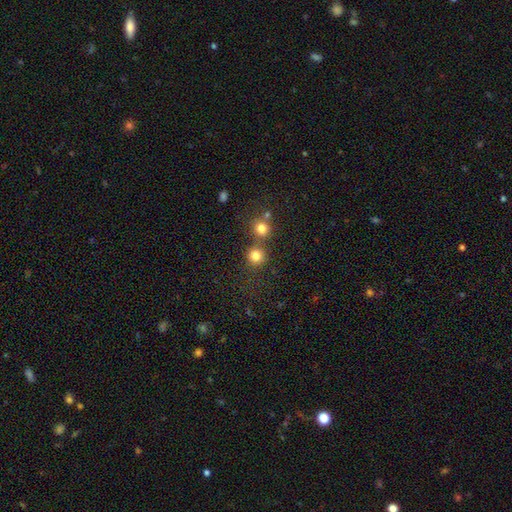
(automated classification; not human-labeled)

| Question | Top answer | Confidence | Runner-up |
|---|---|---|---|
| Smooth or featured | smooth | 79% | star or artifact (14%) |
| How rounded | round | 92% | in between (8%) |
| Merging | none | 67% | merger (24%) |